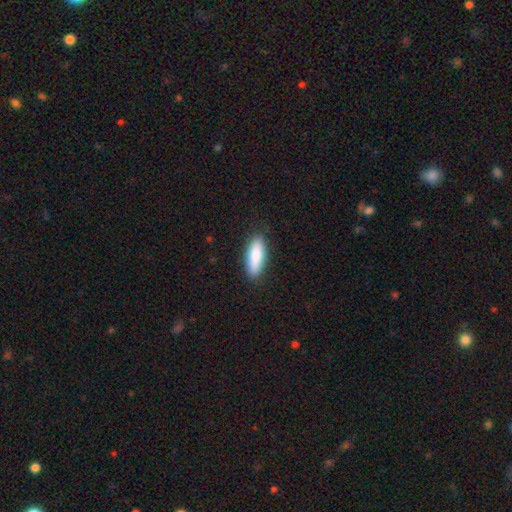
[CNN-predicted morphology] Smooth or featured? Predicted: smooth (p=0.83). How rounded? Predicted: in between (p=0.59). Merging? Predicted: none (p=0.87).